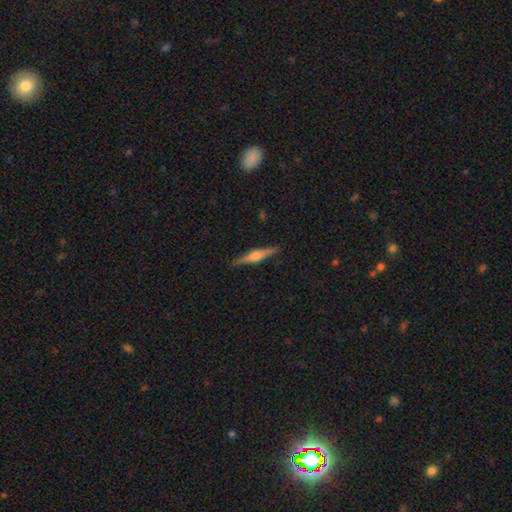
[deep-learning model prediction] Morphology: type=featured or disk (72%); edge-on=yes (98%); edge-on bulge=rounded (84%); merging=none (90%).